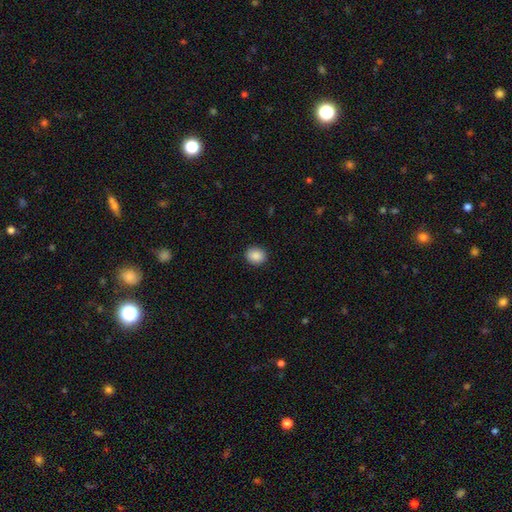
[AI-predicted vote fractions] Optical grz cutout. It shows a smooth galaxy with no disk features (89%) that is round (63%). Merging: none (90%).